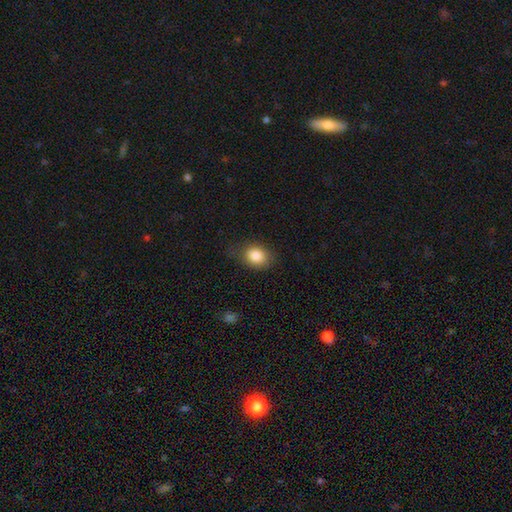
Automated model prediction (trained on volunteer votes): The model was most divided on "how rounded": in between: 59%, round: 39%, cigar-shaped: 1%. More confident: smooth or featured — smooth (84%); merging — none (71%).